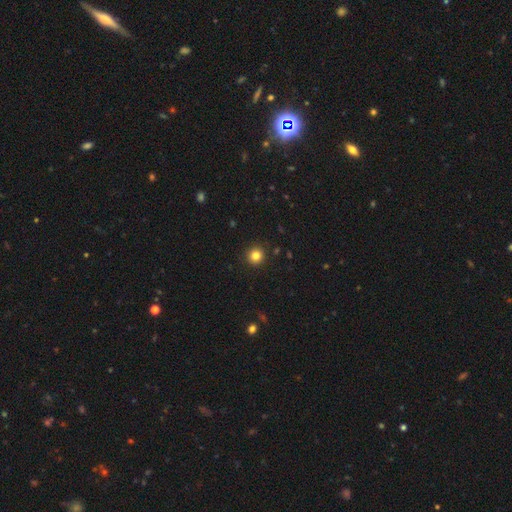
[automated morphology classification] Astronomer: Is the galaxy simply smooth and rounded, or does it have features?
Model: smooth — 83%.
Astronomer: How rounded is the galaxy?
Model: round — 94%.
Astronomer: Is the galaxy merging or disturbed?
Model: none — 92%.